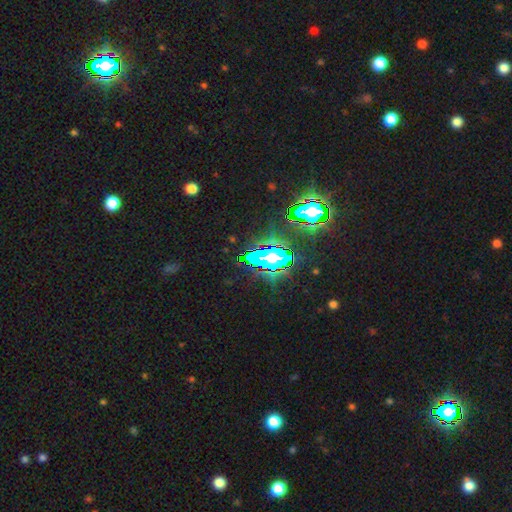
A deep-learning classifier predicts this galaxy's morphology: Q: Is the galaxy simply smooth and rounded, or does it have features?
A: star or artifact — 71%.